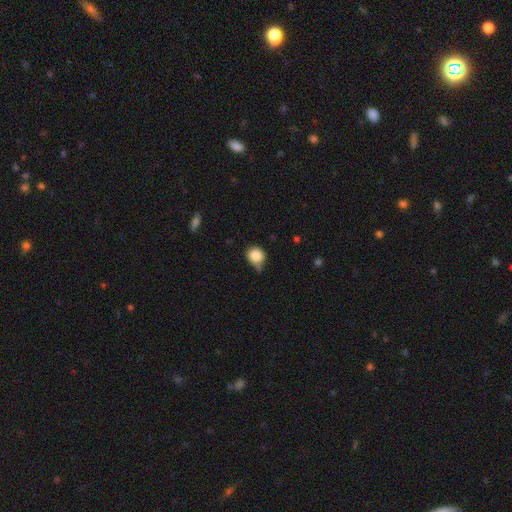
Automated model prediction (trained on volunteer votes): The model was most divided on "merging": none: 47%, minor disturbance: 37%, major disturbance: 8%, merger: 8%. More confident: smooth or featured — smooth (84%); how rounded — round (78%).